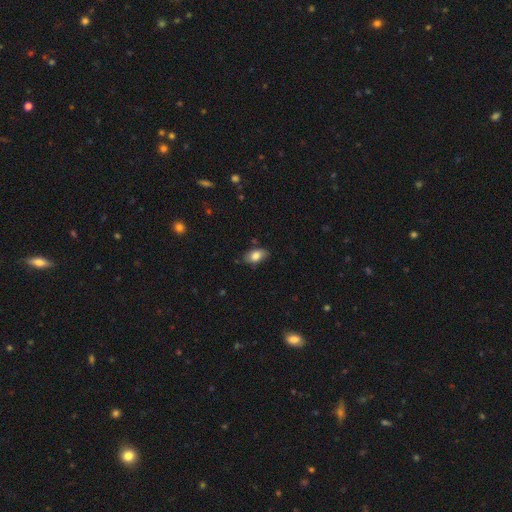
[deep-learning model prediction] smooth 82%, featured or disk 11%, star or artifact 7%. Down the decision tree: how rounded — in between (91%); merging — none (78%).